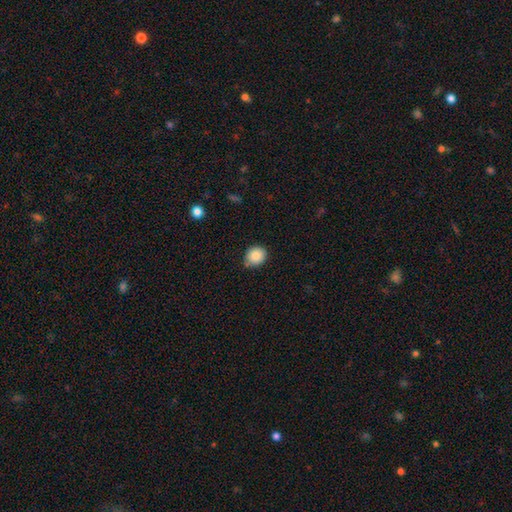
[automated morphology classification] smooth 86%, star or artifact 9%, featured or disk 5%. Down the decision tree: how rounded — round (77%); merging — none (78%).